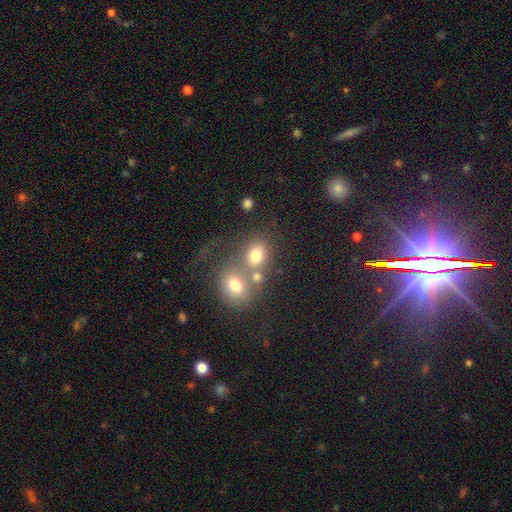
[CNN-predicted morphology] smooth 72%, featured or disk 14%, star or artifact 14%. Down the decision tree: how rounded — round (58%); merging — merger (46%).